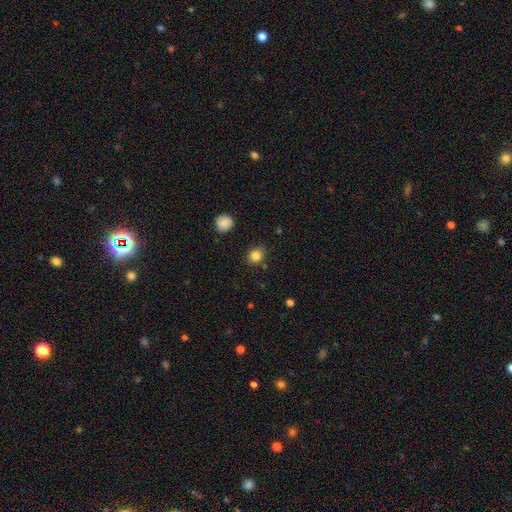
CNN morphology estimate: The model was most divided on "how rounded": round: 82%, in between: 17%, cigar-shaped: 1%. More confident: smooth or featured — smooth (84%); merging — none (83%).